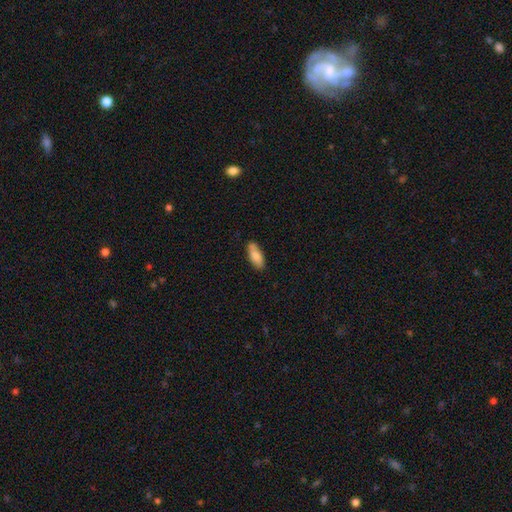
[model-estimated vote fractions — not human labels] Smooth or featured?
  - smooth: 80% *
  - featured or disk: 14%
  - star or artifact: 6%
How rounded?
  - in between: 75% *
  - cigar-shaped: 23%
  - round: 2%
Merging?
  - none: 78% *
  - minor disturbance: 16%
  - merger: 3%
  - major disturbance: 3%